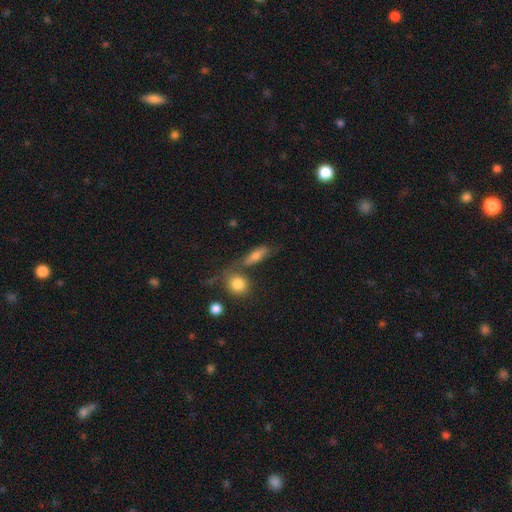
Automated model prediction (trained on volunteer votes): A smooth galaxy with no disk features (66%) that is in between round and cigar-shaped (53%). Merging: none (59%).